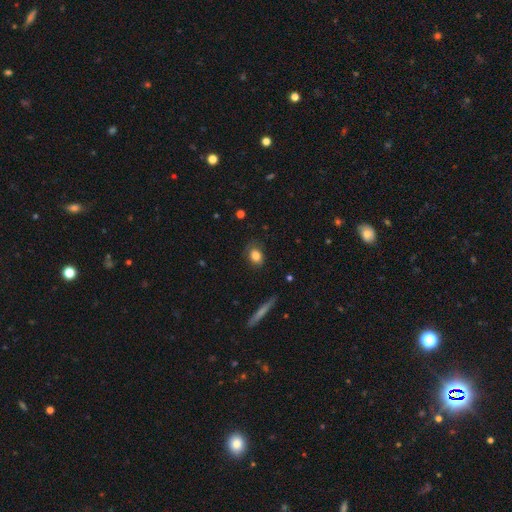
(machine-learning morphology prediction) smooth_or_featured: smooth (p=0.82) [alt: featured or disk p=0.09]
how_rounded: in between (p=0.57) [alt: round p=0.41]
merging: none (p=0.78) [alt: minor disturbance p=0.17]